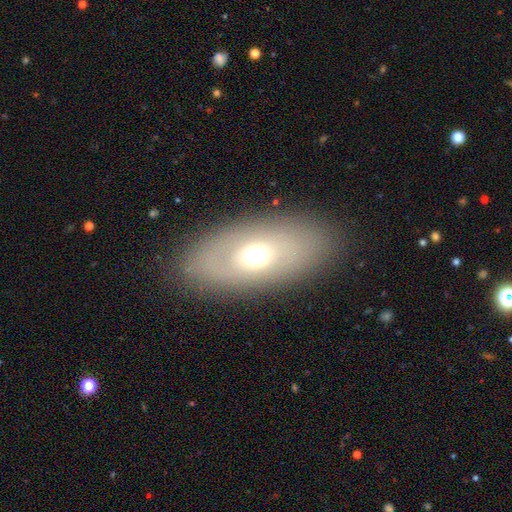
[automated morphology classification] Smooth or featured? Predicted: smooth (p=0.53). How rounded? Predicted: in between (p=0.85). Merging? Predicted: none (p=0.84).